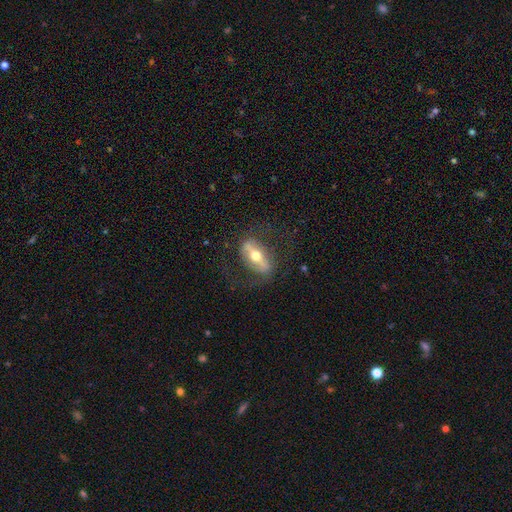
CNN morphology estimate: This appears to be a featured or disk galaxy (69%). Merging: none (73%).